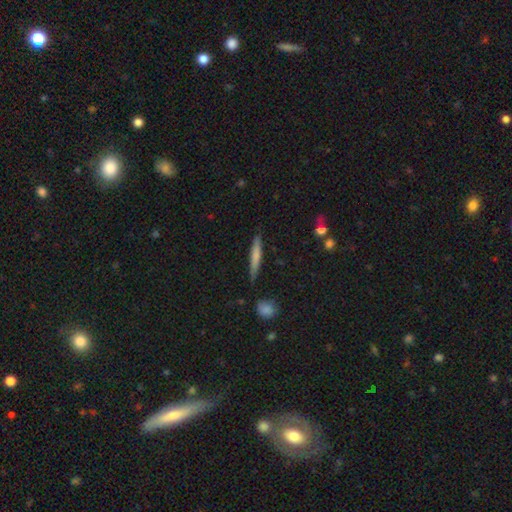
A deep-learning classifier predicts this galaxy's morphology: A smooth galaxy with no disk features (67%) that is cigar-shaped (93%). Merging: none (83%).